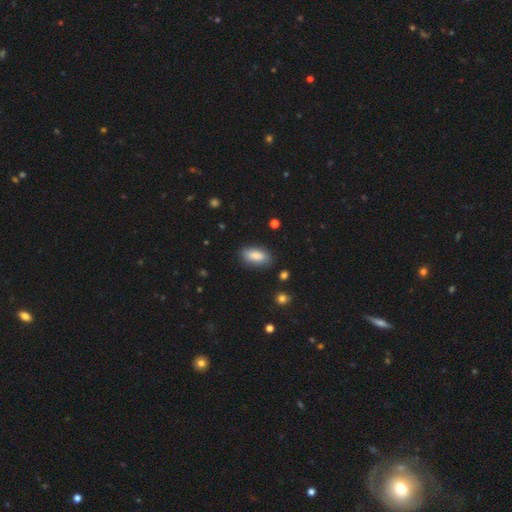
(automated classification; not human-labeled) smooth_or_featured: smooth (p=0.86) [alt: featured or disk p=0.07]
how_rounded: in between (p=0.90) [alt: cigar-shaped p=0.07]
merging: none (p=0.83) [alt: minor disturbance p=0.12]